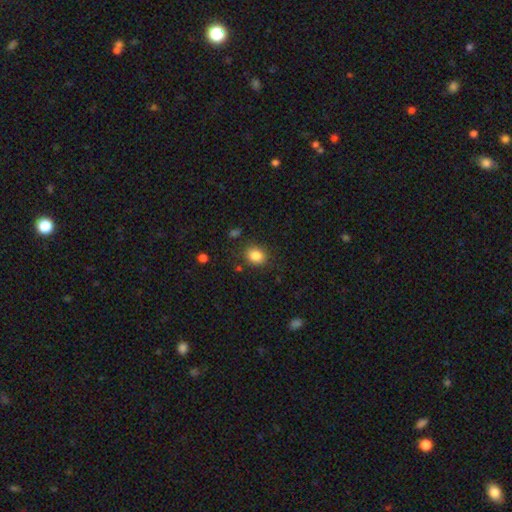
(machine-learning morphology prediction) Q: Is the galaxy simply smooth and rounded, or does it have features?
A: smooth — 85%.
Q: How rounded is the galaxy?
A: round — 58%.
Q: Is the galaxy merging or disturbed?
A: none — 84%.